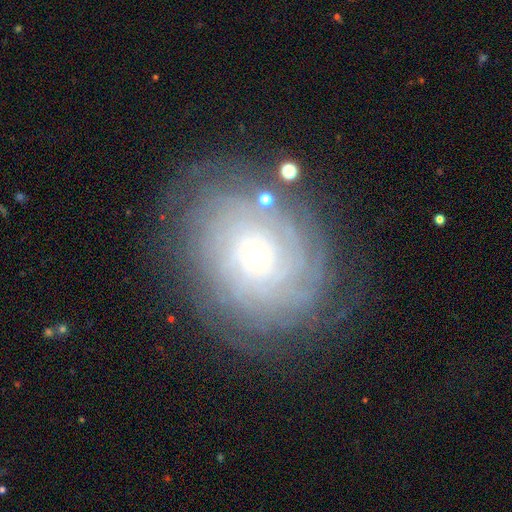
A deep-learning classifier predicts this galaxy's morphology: Q: Smooth or featured?
A: featured or disk (81%); runner-up: smooth (11%)
Q: Edge-on disk?
A: no (97%); runner-up: yes (3%)
Q: Bar?
A: no (84%); runner-up: weak (12%)
Q: Spiral arms?
A: yes (94%); runner-up: no (6%)
Q: Spiral winding?
A: tight (84%); runner-up: medium (12%)
Q: Spiral arm count?
A: can't tell (31%); runner-up: more than 4 (30%)
Q: Bulge size?
A: small (82%); runner-up: moderate (14%)
Q: Merging?
A: none (80%); runner-up: minor disturbance (13%)